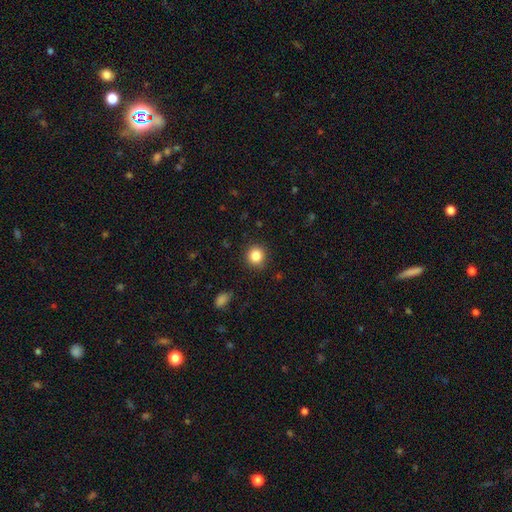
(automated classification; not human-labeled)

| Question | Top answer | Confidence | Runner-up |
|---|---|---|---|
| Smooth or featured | smooth | 85% | star or artifact (10%) |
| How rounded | round | 91% | in between (8%) |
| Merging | none | 89% | minor disturbance (7%) |